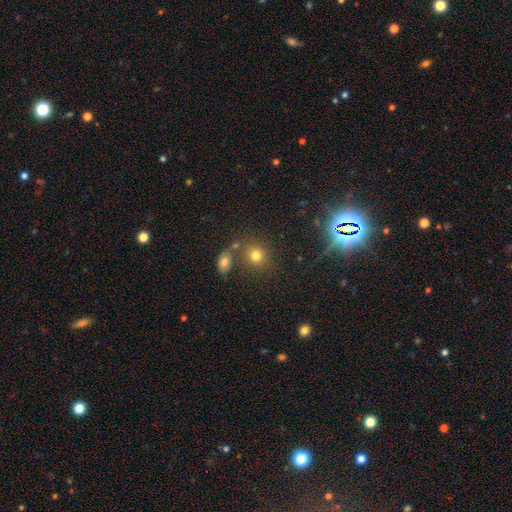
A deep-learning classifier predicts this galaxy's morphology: This appears to be a smooth galaxy with no disk features (75%) that is round (78%). Merging: none (66%).